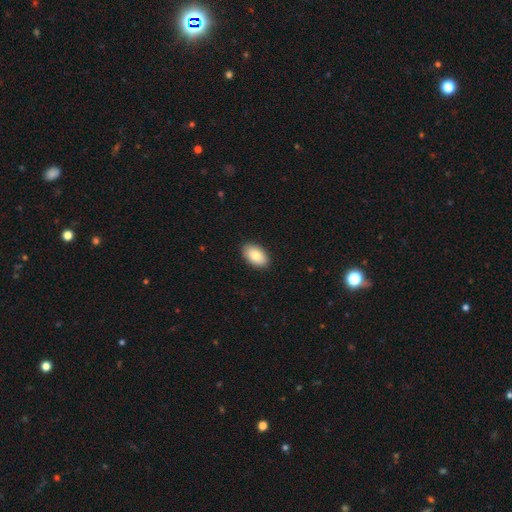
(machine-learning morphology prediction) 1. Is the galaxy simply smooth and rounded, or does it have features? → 85% smooth, 9% featured or disk, 6% star or artifact.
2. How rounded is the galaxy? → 94% in between, 5% round, 1% cigar-shaped.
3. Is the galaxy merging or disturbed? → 89% none, 9% minor disturbance, 2% major disturbance, 1% merger.